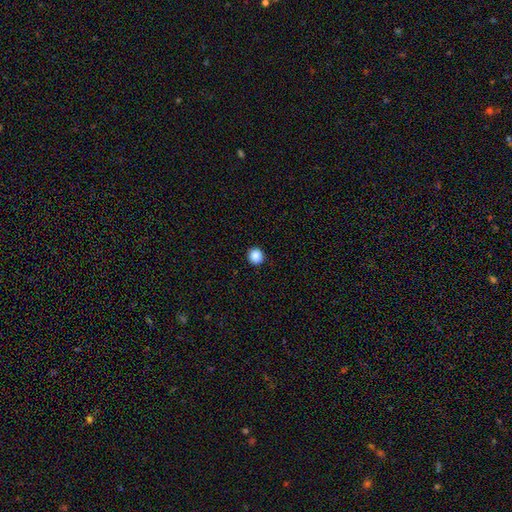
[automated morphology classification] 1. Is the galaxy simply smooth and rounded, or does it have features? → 88% smooth, 9% star or artifact, 3% featured or disk.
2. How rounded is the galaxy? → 94% round, 5% in between, 1% cigar-shaped.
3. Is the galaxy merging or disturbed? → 93% none, 4% minor disturbance, 1% major disturbance, 1% merger.